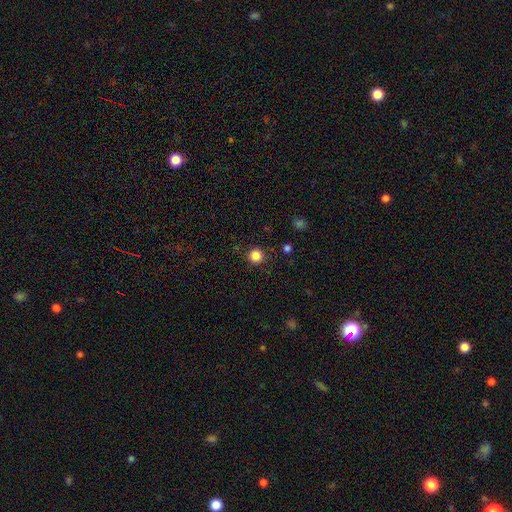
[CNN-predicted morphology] Smooth or featured: smooth — 84% (star or artifact — 12%)
How rounded: round — 95% (in between — 4%)
Merging: none — 90% (minor disturbance — 6%)